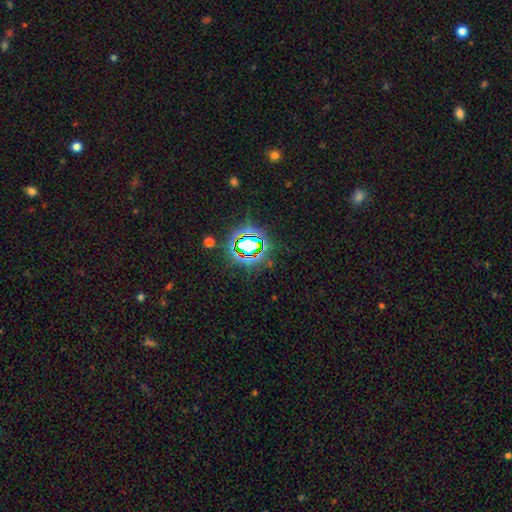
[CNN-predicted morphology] Smooth or featured? star or artifact (78%)